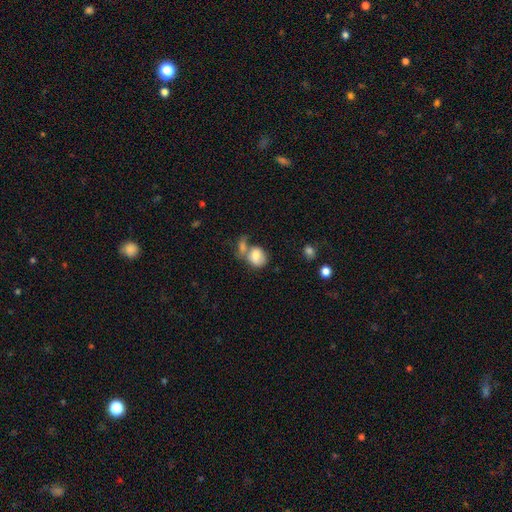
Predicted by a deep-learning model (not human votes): This appears to be a smooth galaxy with no disk features (79%) that is in between round and cigar-shaped (54%). Merging: merger (48%).